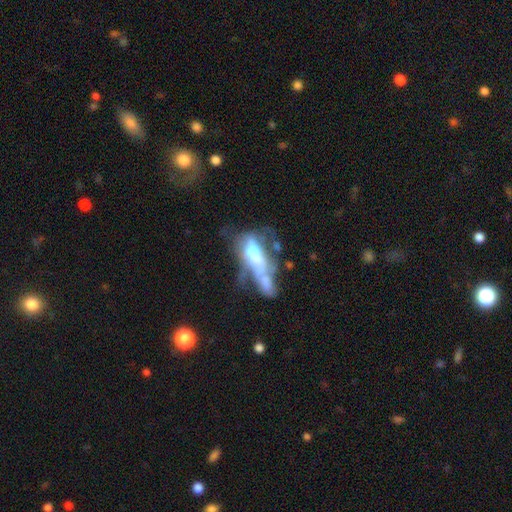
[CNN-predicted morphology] type=featured or disk (57%); edge-on=no (73%); merging=merger (44%).